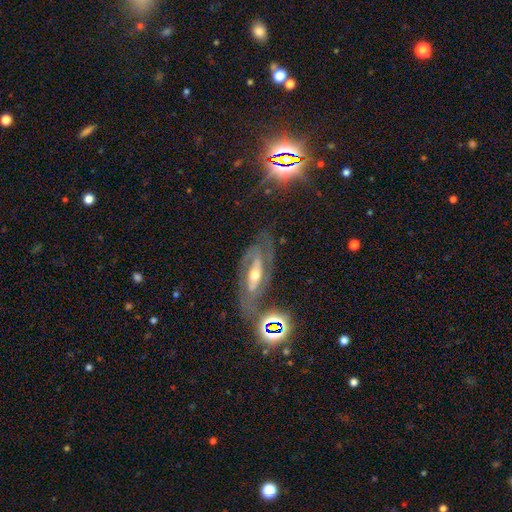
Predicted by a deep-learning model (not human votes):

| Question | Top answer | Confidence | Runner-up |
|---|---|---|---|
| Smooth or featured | featured or disk | 76% | star or artifact (16%) |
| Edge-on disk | no | 87% | yes (13%) |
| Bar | strong | 39% | weak (36%) |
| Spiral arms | yes | 92% | no (8%) |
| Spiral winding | tight | 45% | medium (41%) |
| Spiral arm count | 2 | 65% | can't tell (18%) |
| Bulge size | moderate | 54% | small (40%) |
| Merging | none | 67% | minor disturbance (17%) |